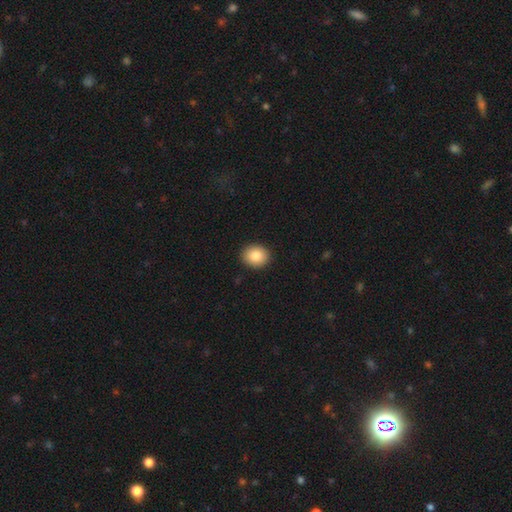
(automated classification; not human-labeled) The model was most divided on "how rounded": round: 64%, in between: 35%, cigar-shaped: 1%. More confident: merging — none (92%); smooth or featured — smooth (85%).